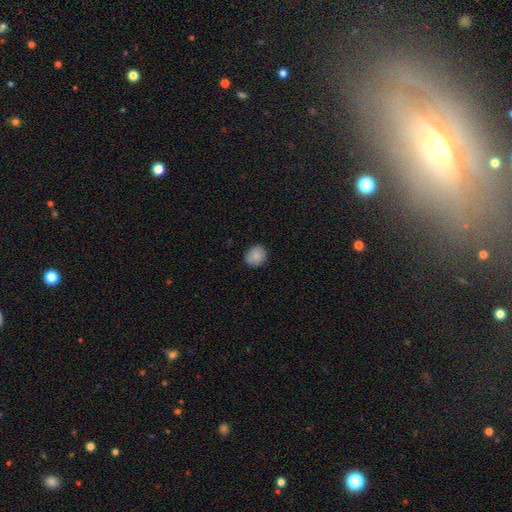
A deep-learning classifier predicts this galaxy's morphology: This is clearly a smooth galaxy (86%). How rounded: likely round (75%). Merging: clearly none (84%).